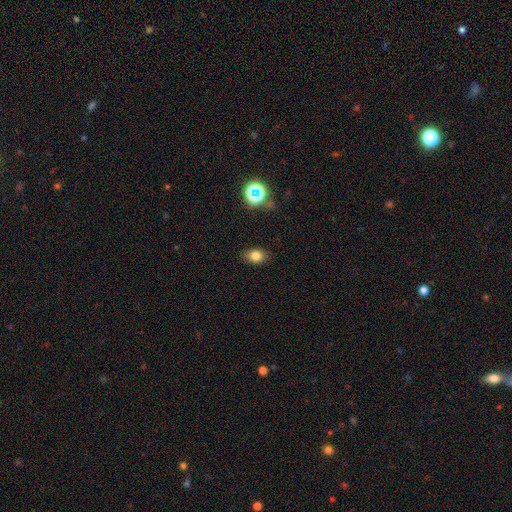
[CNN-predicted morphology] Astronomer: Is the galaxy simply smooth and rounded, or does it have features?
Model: smooth — 77%.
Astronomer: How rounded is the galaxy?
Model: in between — 74%.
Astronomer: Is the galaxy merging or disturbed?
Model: none — 84%.